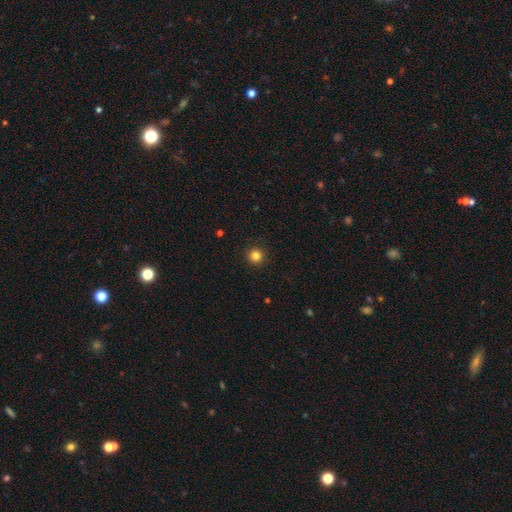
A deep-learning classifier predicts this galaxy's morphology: Smooth or featured? smooth (83%)
How rounded? round (96%)
Merging? none (93%)